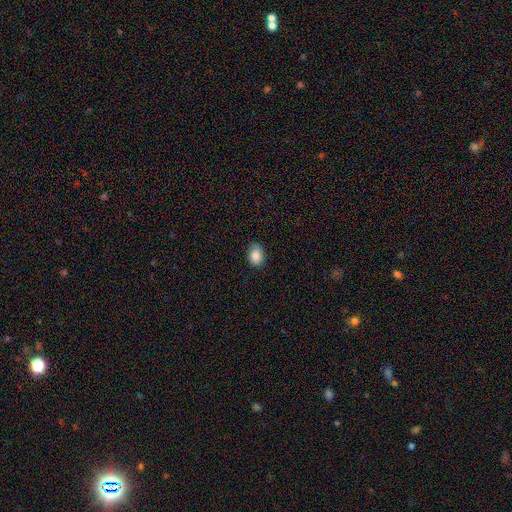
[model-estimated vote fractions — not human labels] Smooth or featured: smooth — 86% (star or artifact — 8%)
How rounded: in between — 73% (round — 26%)
Merging: none — 77% (minor disturbance — 19%)